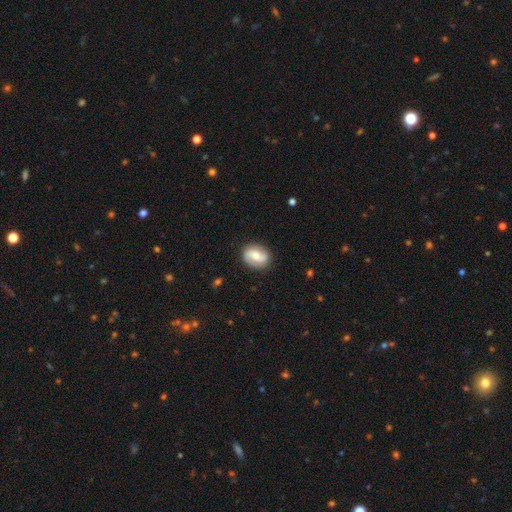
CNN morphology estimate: A featured or disk galaxy (55%) with no bar (42%), spiral arms (82%) and a moderate central bulge (61%).

Vote fractions:
- Smooth or featured? featured or disk: 55% / smooth: 38% / star or artifact: 7%
- Edge-on disk? no: 96% / yes: 4%
- Bar? no: 42% / weak: 39% / strong: 19%
- Spiral arms? yes: 82% / no: 18%
- Bulge size? moderate: 61% / small: 31% / large: 4% / none: 2% / dominant: 1%
- Merging? none: 84% / minor disturbance: 12% / major disturbance: 3% / merger: 1%